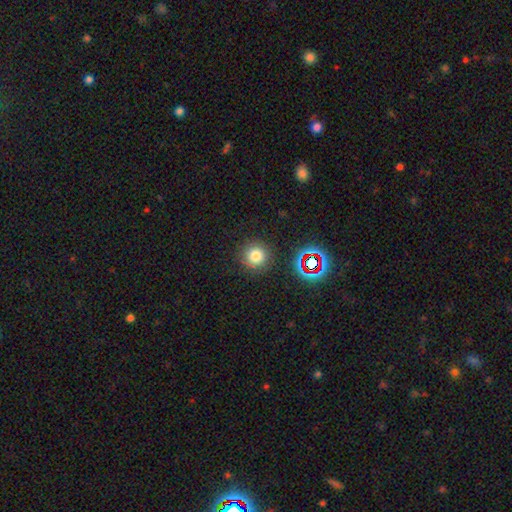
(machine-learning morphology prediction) Smooth or featured: smooth — 74% (star or artifact — 18%)
How rounded: round — 94% (in between — 5%)
Merging: none — 87% (minor disturbance — 8%)